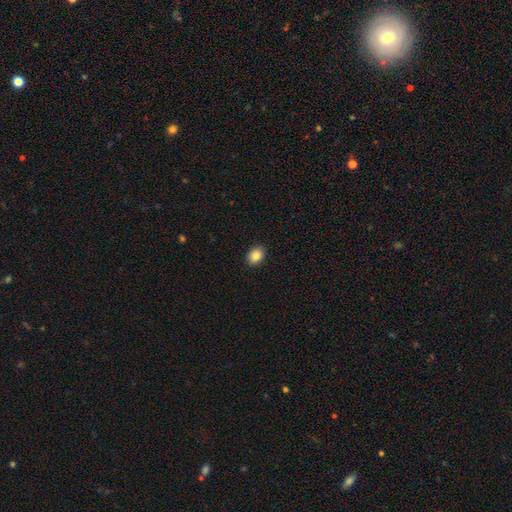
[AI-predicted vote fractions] Q: Smooth or featured?
A: smooth (86%); runner-up: star or artifact (9%)
Q: How rounded?
A: in between (66%); runner-up: round (33%)
Q: Merging?
A: none (89%); runner-up: minor disturbance (8%)